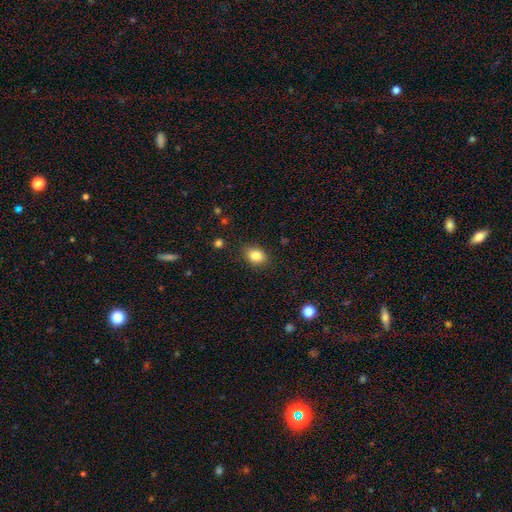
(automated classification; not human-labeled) This is clearly a smooth galaxy (85%). How rounded: likely in between (70%). Merging: clearly none (85%).